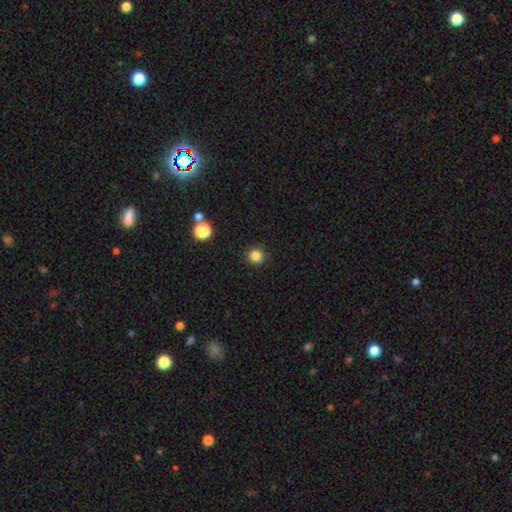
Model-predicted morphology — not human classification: The model was most divided on "smooth or featured": smooth: 84%, star or artifact: 12%, featured or disk: 4%. More confident: how rounded — round (94%); merging — none (92%).